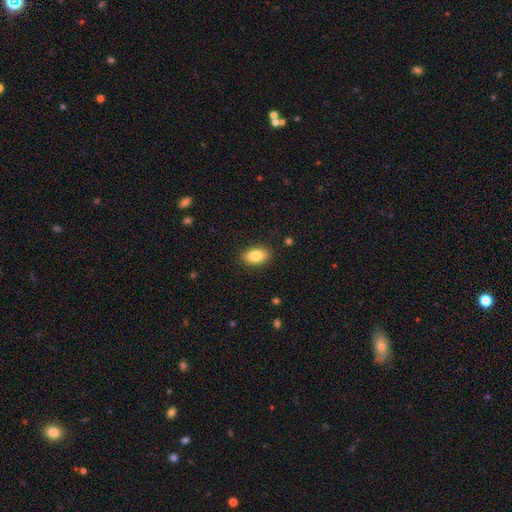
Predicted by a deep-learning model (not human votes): This appears to be a smooth galaxy with no disk features (85%) that is in between round and cigar-shaped (91%). Merging: none (88%).